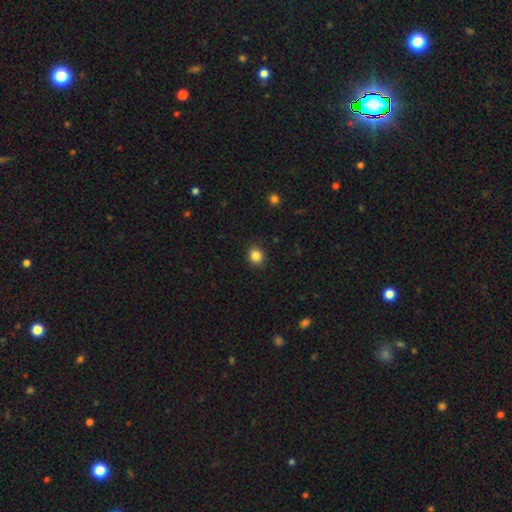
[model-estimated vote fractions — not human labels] This appears to be a smooth galaxy with no disk features (85%) that is round (83%). Merging: none (91%).